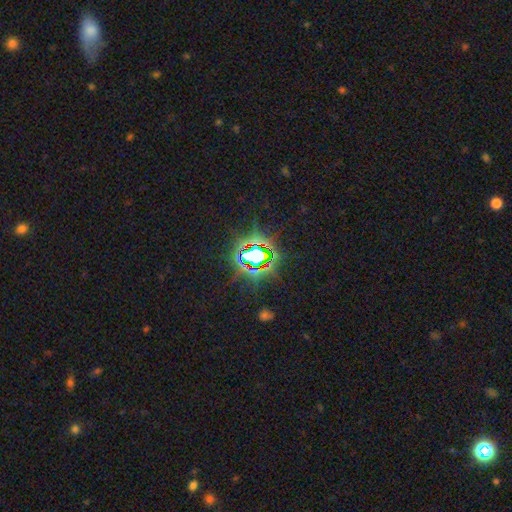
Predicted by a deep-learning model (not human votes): Q: Smooth or featured?
A: star or artifact (79%); runner-up: smooth (12%)